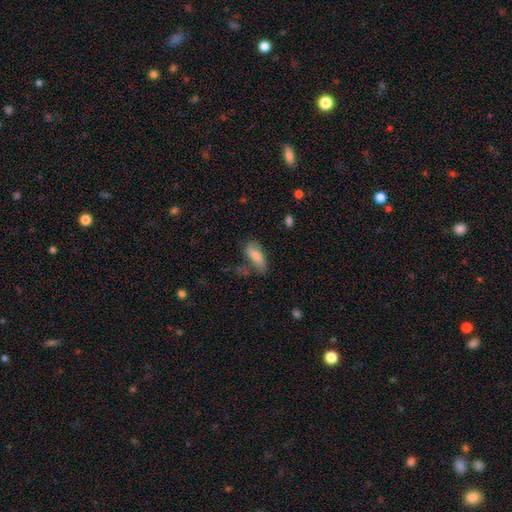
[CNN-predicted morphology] type=smooth (68%); roundness=in between (74%); merging=none (40%).